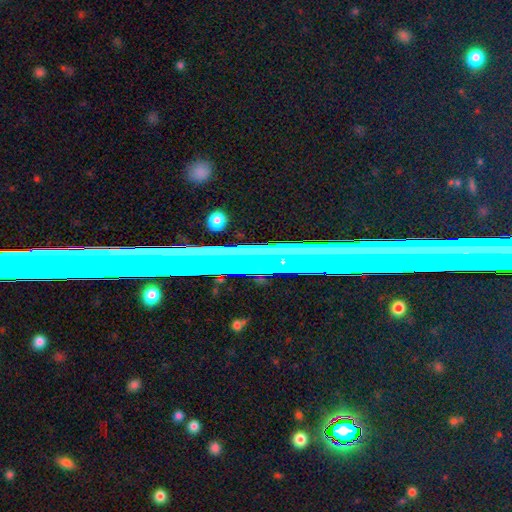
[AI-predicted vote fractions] Overall: star or artifact (69%).